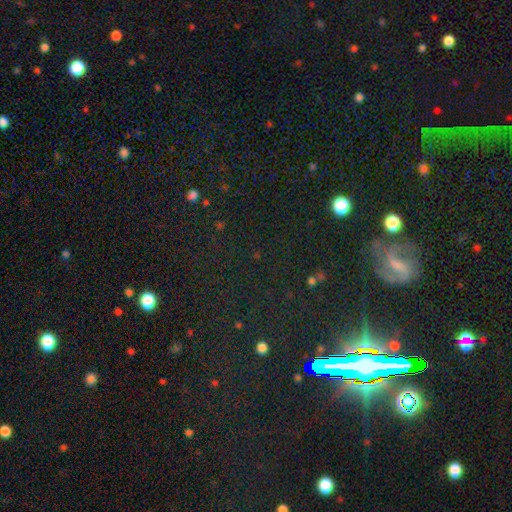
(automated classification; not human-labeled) This appears to be a star or artifact, not a galaxy (75%).